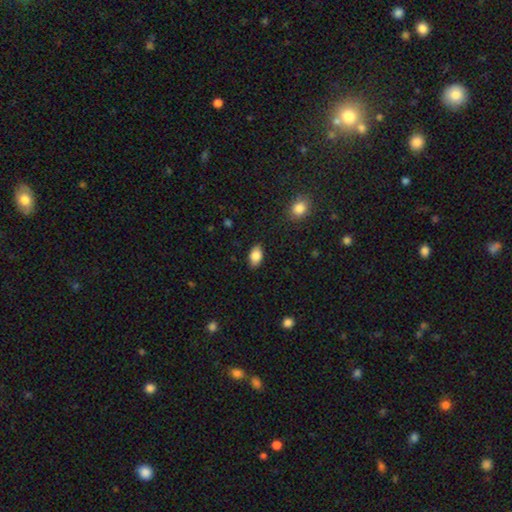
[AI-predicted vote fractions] Smooth or featured?
  - smooth: 85% *
  - featured or disk: 8%
  - star or artifact: 8%
How rounded?
  - in between: 91% *
  - round: 7%
  - cigar-shaped: 2%
Merging?
  - none: 86% *
  - minor disturbance: 11%
  - major disturbance: 2%
  - merger: 1%